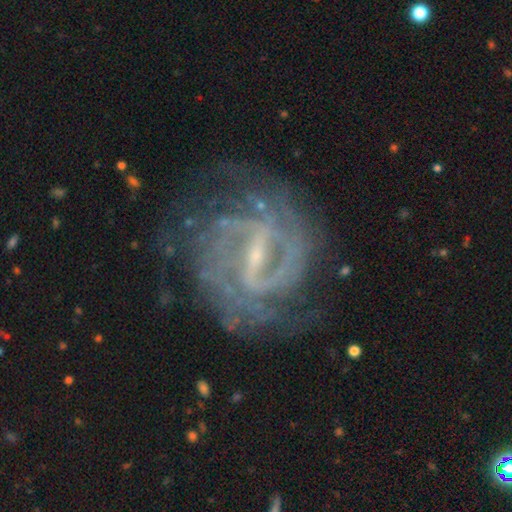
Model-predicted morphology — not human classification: Smooth or featured? featured or disk (90%)
Edge-on disk? no (97%)
Bar? strong (57%)
Spiral arms? yes (96%)
Spiral winding? tight (49%)
Spiral arm count? 2 (49%)
Bulge size? small (69%)
Merging? none (72%)